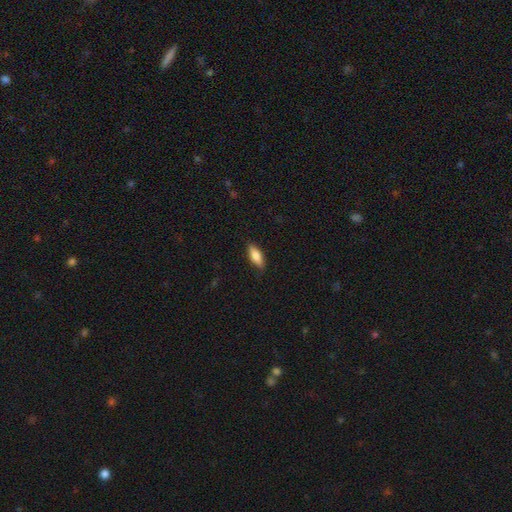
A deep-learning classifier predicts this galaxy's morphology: Smooth or featured: smooth — 78% (featured or disk — 15%)
How rounded: in between — 67% (cigar-shaped — 31%)
Merging: none — 84% (minor disturbance — 12%)